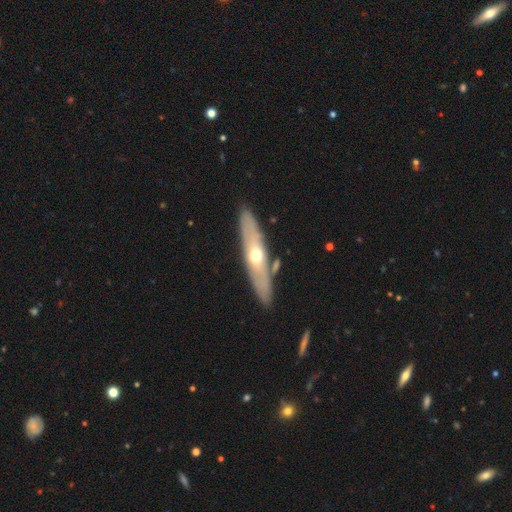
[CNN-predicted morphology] Smooth or featured: featured or disk — 56% (smooth — 38%)
Edge-on disk: yes — 65% (no — 35%)
Merging: none — 84% (minor disturbance — 9%)